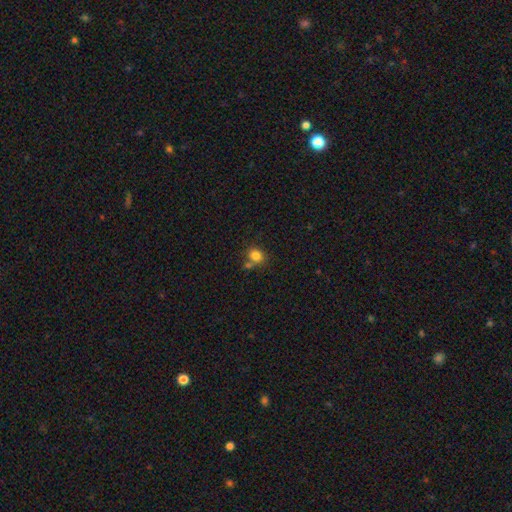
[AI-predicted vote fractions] smooth-or-featured: smooth: 82% | star or artifact: 12% | featured or disk: 7%
  how-rounded: round: 68% | in between: 31% | cigar-shaped: 1%
  merging: none: 62% | merger: 23% | minor disturbance: 12% | major disturbance: 4%